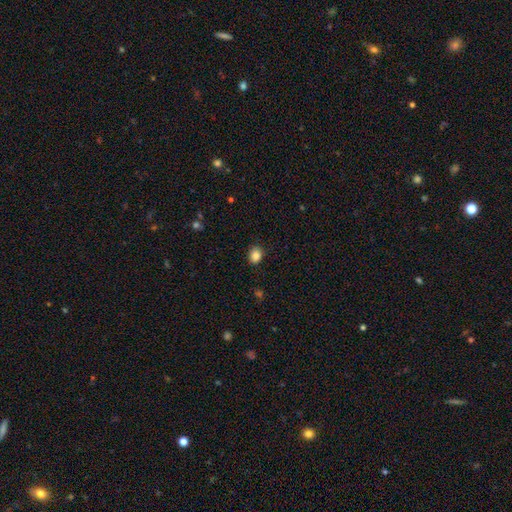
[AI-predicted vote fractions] smooth-or-featured: smooth: 85% | star or artifact: 10% | featured or disk: 5%
  how-rounded: in between: 51% | round: 48% | cigar-shaped: 1%
  merging: none: 87% | minor disturbance: 9% | major disturbance: 2% | merger: 1%